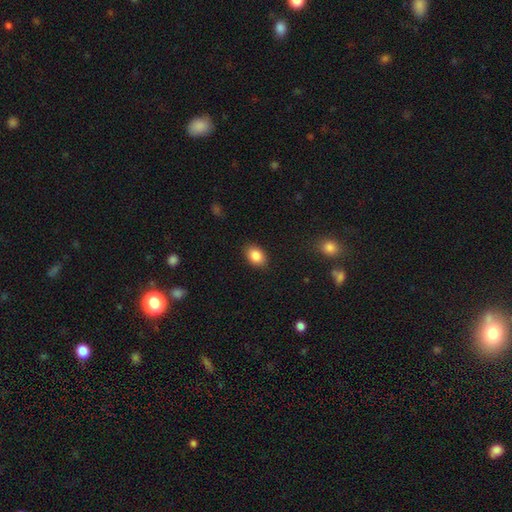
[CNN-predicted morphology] Smooth or featured? smooth (87%)
How rounded? in between (83%)
Merging? none (87%)